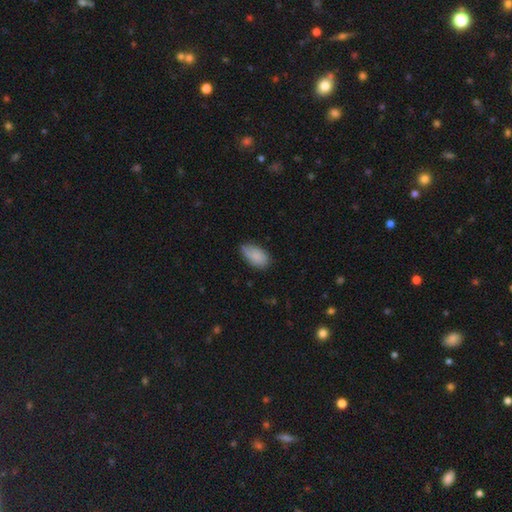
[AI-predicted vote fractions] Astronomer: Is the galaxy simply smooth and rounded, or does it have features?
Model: smooth — 82%.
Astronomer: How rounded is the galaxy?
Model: in between — 93%.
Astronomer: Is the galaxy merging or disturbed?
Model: none — 66%.